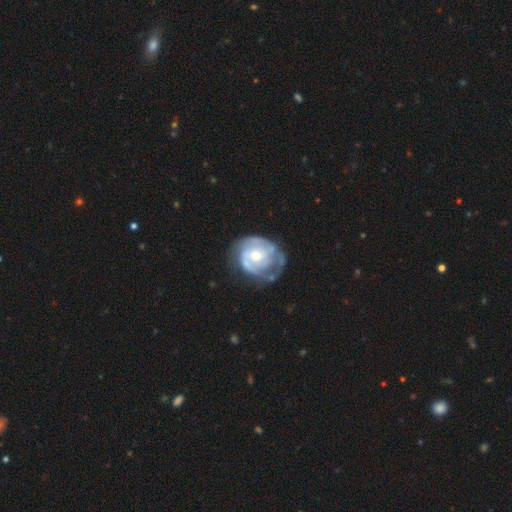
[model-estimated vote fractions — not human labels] This appears to be a featured or disk galaxy (79%) with no bar (69%), 2 (41%) tight (54%) spiral arms (86%) and a moderate central bulge (55%). Merging: none (49%).